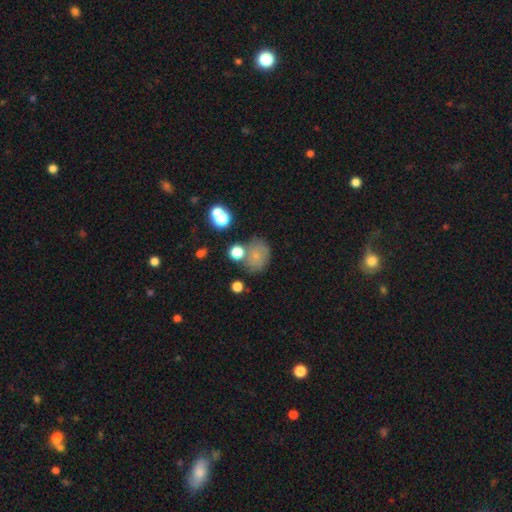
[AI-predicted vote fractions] Smooth or featured: smooth — 55% (featured or disk — 28%)
How rounded: round — 64% (in between — 35%)
Merging: none — 58% (minor disturbance — 21%)